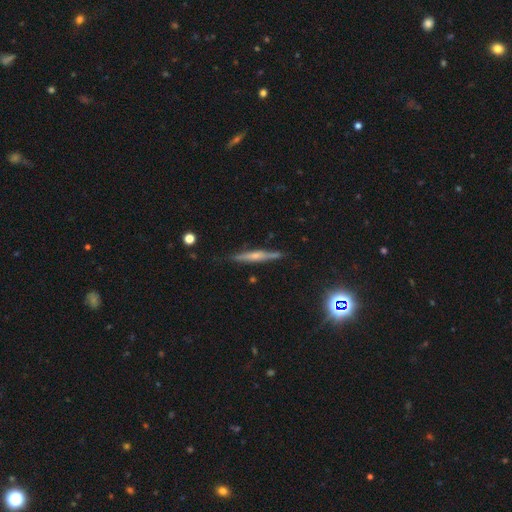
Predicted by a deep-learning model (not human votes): Q: Smooth or featured?
A: featured or disk (64%); runner-up: smooth (27%)
Q: Edge-on disk?
A: yes (96%); runner-up: no (4%)
Q: Edge-on bulge?
A: rounded (69%); runner-up: none (22%)
Q: Merging?
A: none (85%); runner-up: minor disturbance (11%)